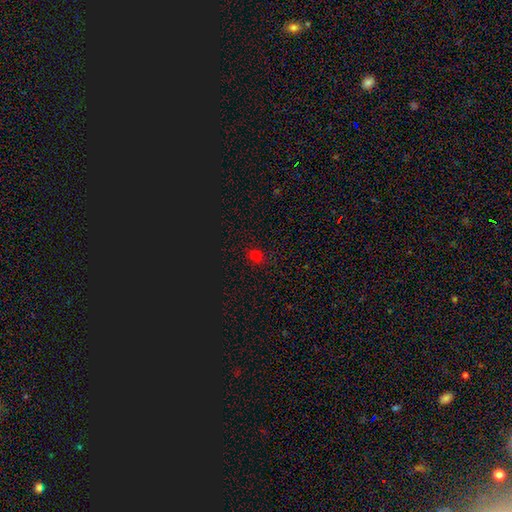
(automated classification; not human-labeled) Morphology: type=smooth (69%); roundness=round (60%); merging=none (85%).